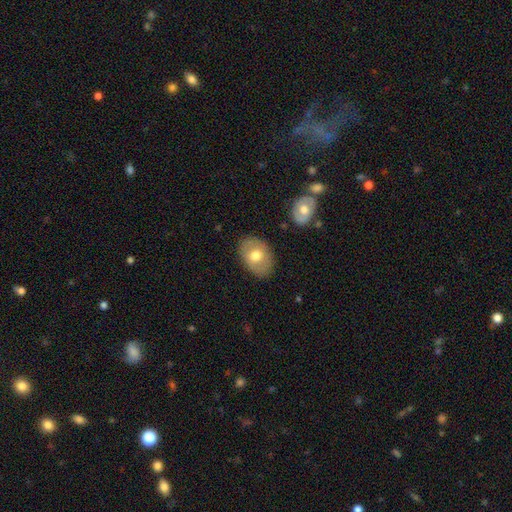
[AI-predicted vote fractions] Smooth or featured? Predicted: smooth (p=0.64). How rounded? Predicted: in between (p=0.77). Merging? Predicted: none (p=0.83).